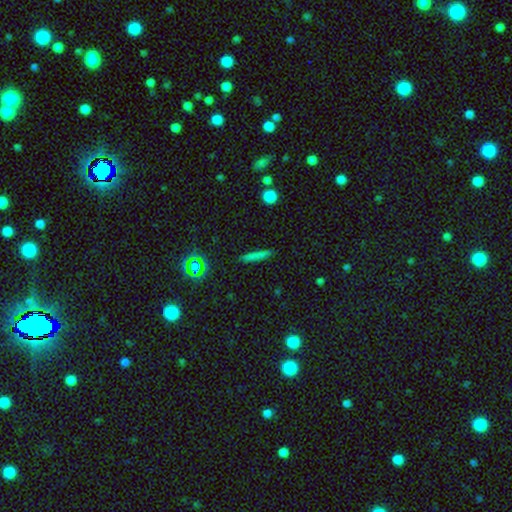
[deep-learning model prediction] This appears to be a smooth galaxy with no disk features (70%) that is cigar-shaped (91%). Merging: none (88%).